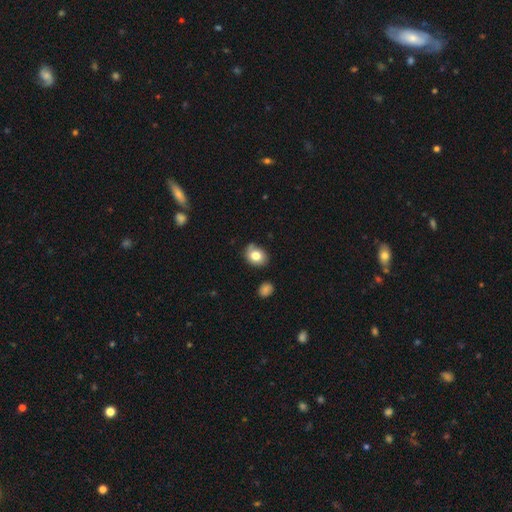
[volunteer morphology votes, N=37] smooth_or_featured: smooth (p=0.73) [alt: featured or disk p=0.22]
how_rounded: in between (p=0.52) [alt: round p=0.48]
merging: none (p=0.60) [alt: minor disturbance p=0.34]